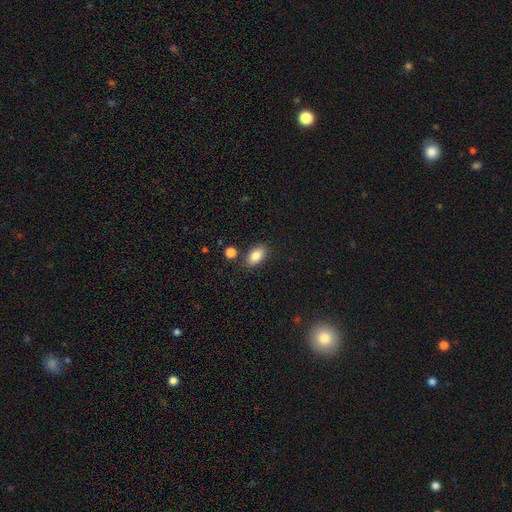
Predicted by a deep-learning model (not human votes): Smooth or featured? Predicted: smooth (p=0.85). How rounded? Predicted: in between (p=0.91). Merging? Predicted: none (p=0.83).